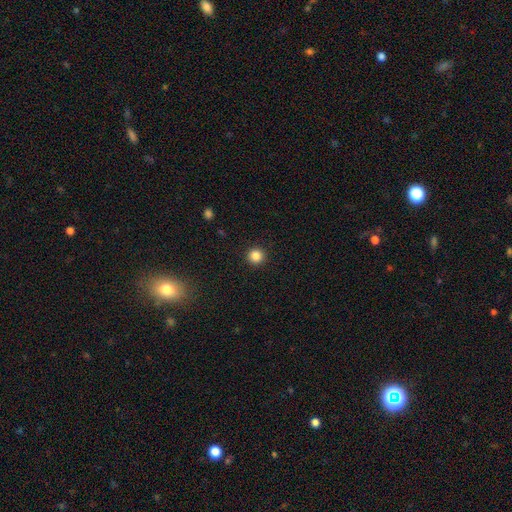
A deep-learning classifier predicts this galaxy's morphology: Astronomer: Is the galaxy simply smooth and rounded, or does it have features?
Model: smooth — 85%.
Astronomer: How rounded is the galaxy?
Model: round — 95%.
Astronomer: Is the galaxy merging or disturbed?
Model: none — 93%.